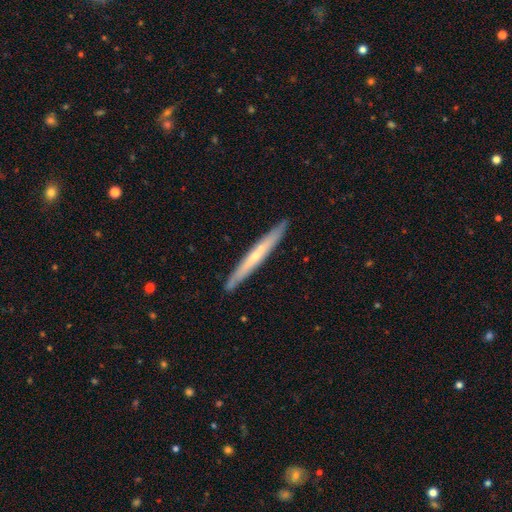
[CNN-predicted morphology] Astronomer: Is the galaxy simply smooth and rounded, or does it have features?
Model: featured or disk — 53% (runner-up: smooth, 41%).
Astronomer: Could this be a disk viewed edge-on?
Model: yes — 94%.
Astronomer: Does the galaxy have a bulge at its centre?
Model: none — 63%.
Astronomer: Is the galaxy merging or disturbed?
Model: none — 90%.